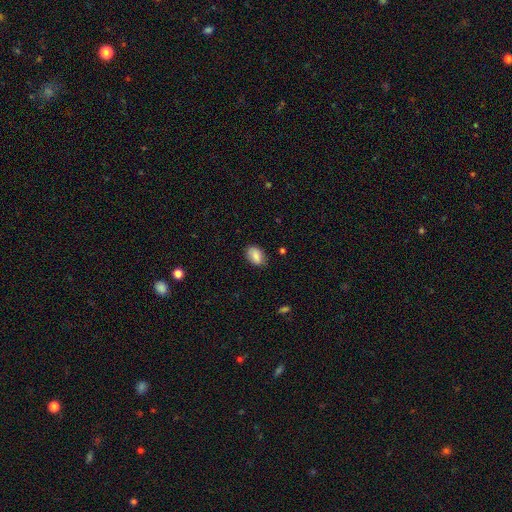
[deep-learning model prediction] Smooth or featured? Predicted: smooth (p=0.84). How rounded? Predicted: in between (p=0.87). Merging? Predicted: none (p=0.79).